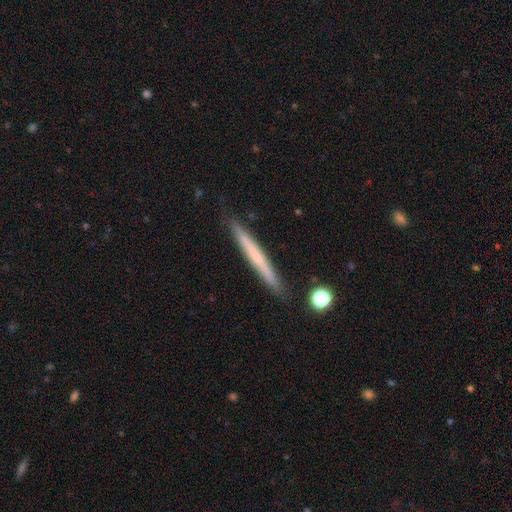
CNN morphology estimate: Smooth or featured? Predicted: smooth (p=0.56). How rounded? Predicted: cigar-shaped (p=0.97). Merging? Predicted: none (p=0.89).